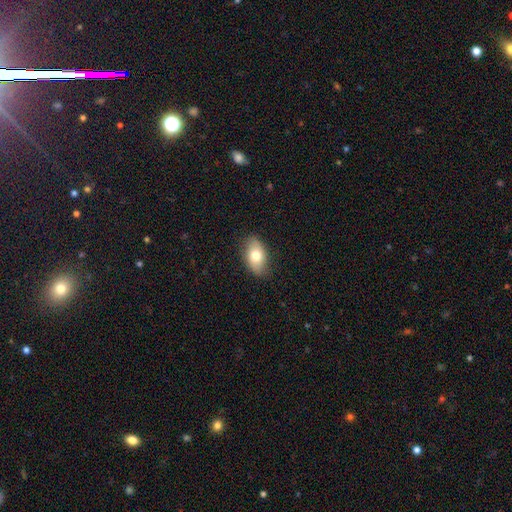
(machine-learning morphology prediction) This is likely a smooth galaxy (74%). How rounded: clearly in between (91%). Merging: clearly none (83%).